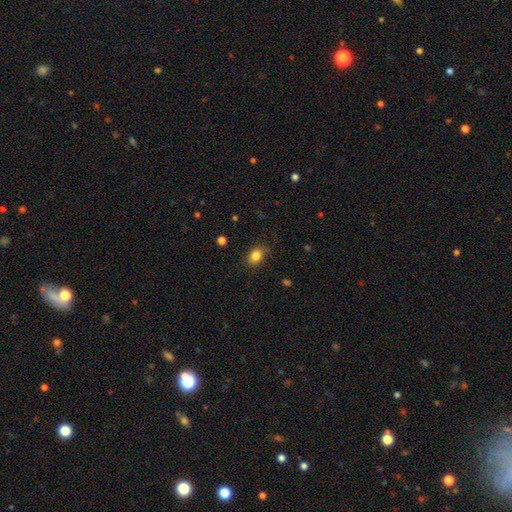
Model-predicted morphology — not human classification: Smooth or featured? smooth (84%)
How rounded? in between (72%)
Merging? none (80%)